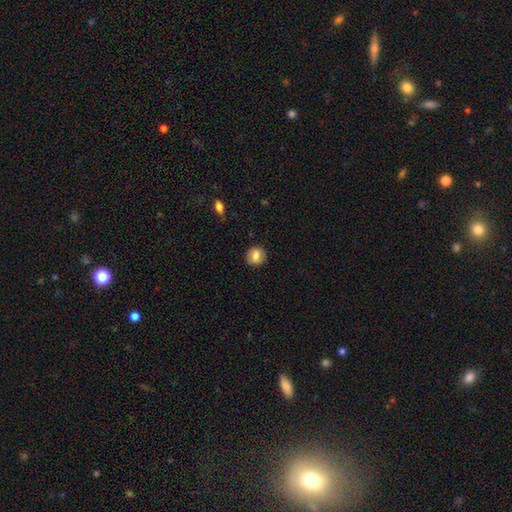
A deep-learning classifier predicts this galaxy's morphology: Smooth or featured: smooth — 77% (featured or disk — 15%)
How rounded: round — 82% (in between — 17%)
Merging: none — 87% (minor disturbance — 9%)